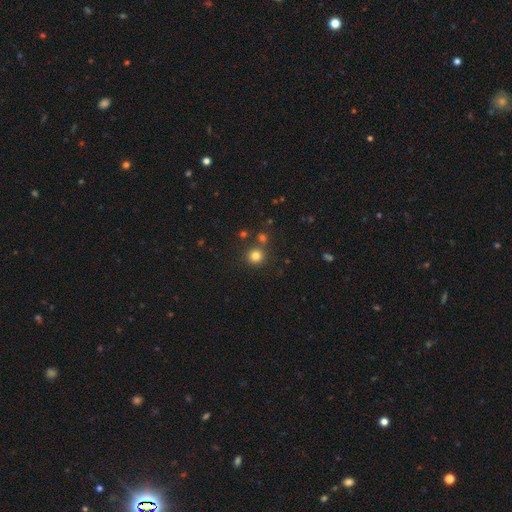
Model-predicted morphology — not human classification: Q: Smooth or featured?
A: smooth (80%); runner-up: star or artifact (14%)
Q: How rounded?
A: round (92%); runner-up: in between (7%)
Q: Merging?
A: none (80%); runner-up: merger (10%)